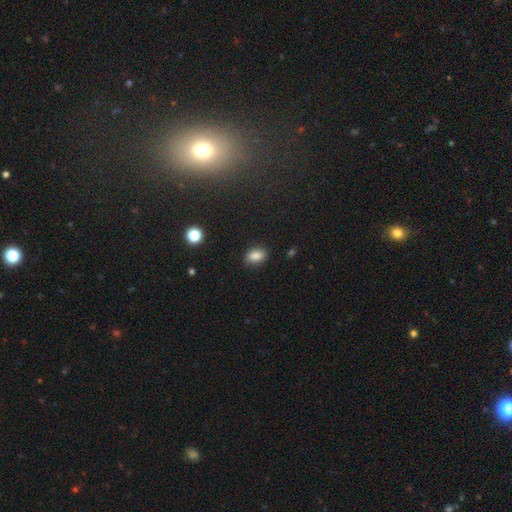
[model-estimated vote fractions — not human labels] Overall: smooth (85%). How rounded: in between (82%). Merging: none (85%).